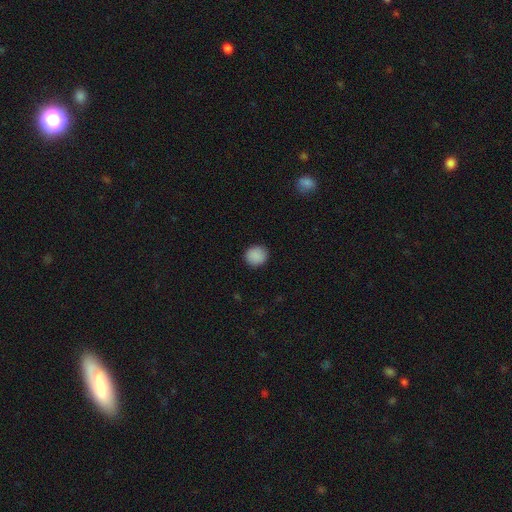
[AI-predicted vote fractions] Overall: smooth (89%). How rounded: round (89%). Merging: none (91%).